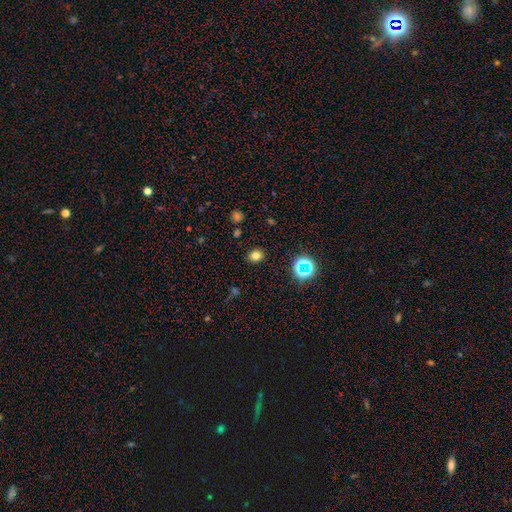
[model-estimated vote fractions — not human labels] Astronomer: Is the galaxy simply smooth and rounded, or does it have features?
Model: smooth — 76%.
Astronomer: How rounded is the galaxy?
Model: round — 71%.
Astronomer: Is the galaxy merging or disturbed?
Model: none — 89%.